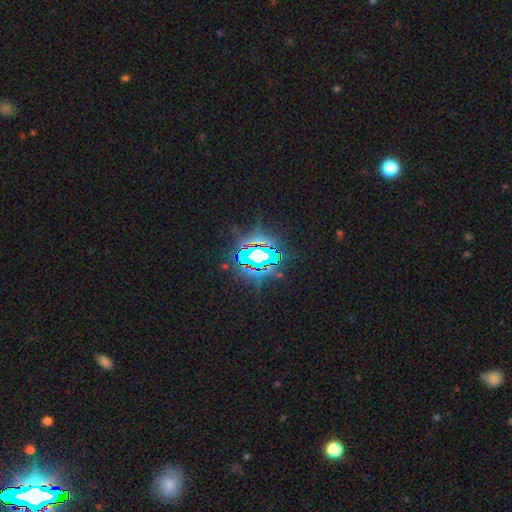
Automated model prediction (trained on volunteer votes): This appears to be a star or artifact, not a galaxy (78%).